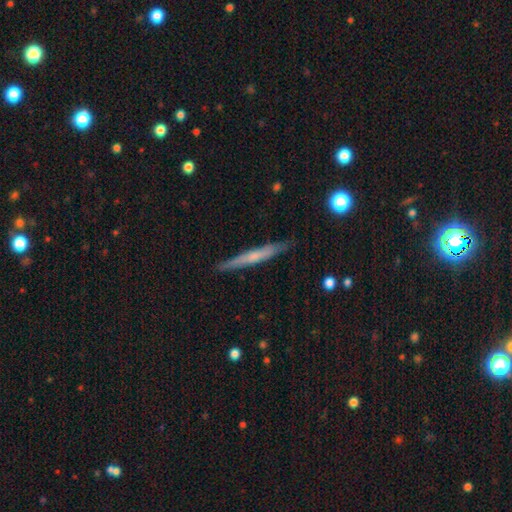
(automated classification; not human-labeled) Morphology: type=smooth (48%); merging=none (87%).